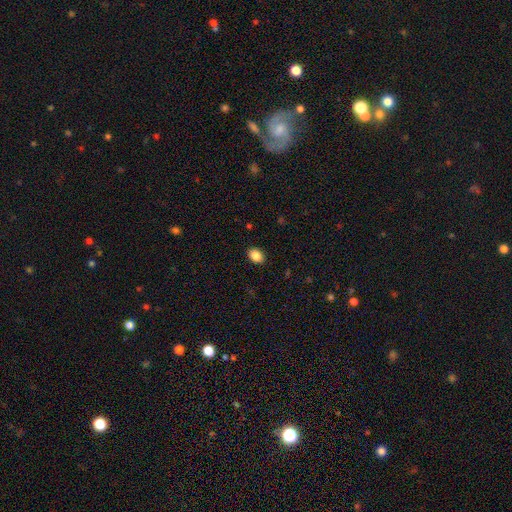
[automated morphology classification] The model was most divided on "how rounded": in between: 76%, round: 23%, cigar-shaped: 1%. More confident: merging — none (90%); smooth or featured — smooth (88%).